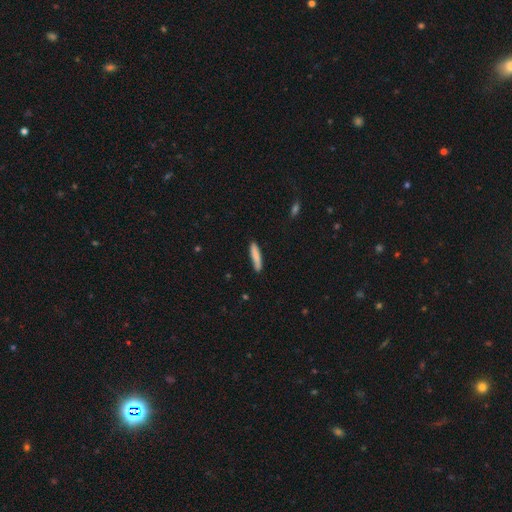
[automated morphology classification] Smooth or featured?
  - smooth: 83% *
  - featured or disk: 11%
  - star or artifact: 6%
How rounded?
  - cigar-shaped: 88% *
  - in between: 11%
  - round: 1%
Merging?
  - none: 86% *
  - minor disturbance: 11%
  - major disturbance: 2%
  - merger: 1%